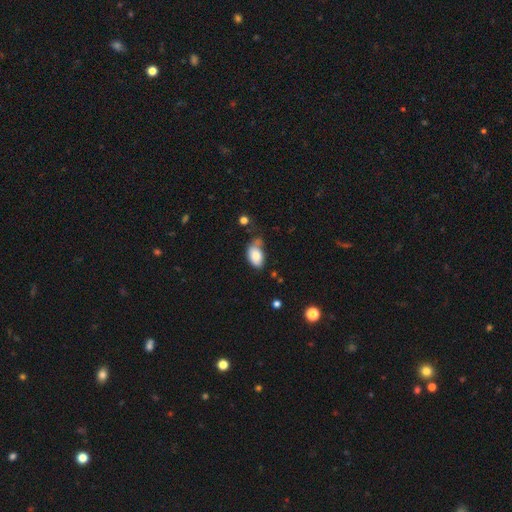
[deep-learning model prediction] This is likely a smooth galaxy (80%). How rounded: clearly in between (91%). Merging: marginally minor disturbance (40%).